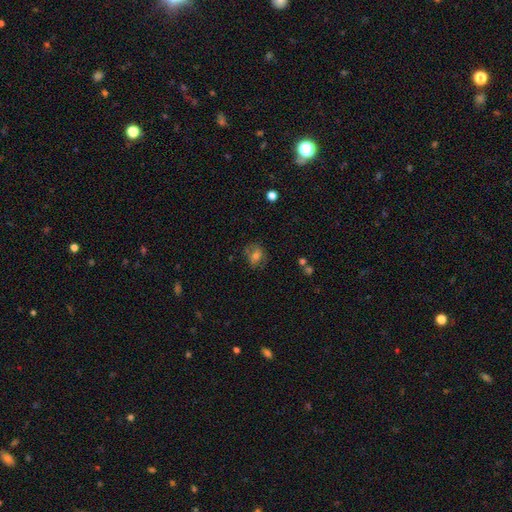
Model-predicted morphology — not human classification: The model was most divided on "how rounded": round: 53%, in between: 46%, cigar-shaped: 1%. More confident: merging — none (62%); smooth or featured — smooth (60%).